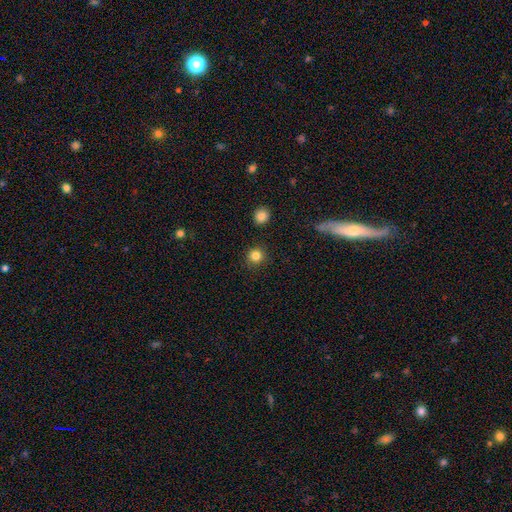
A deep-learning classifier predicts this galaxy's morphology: This appears to be a smooth galaxy with no disk features (83%) that is round (93%). Merging: none (91%).